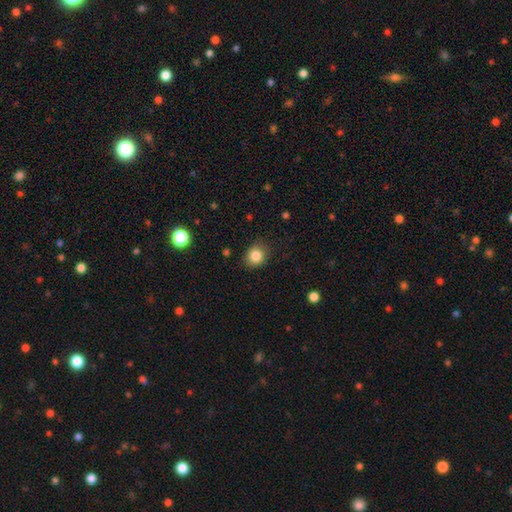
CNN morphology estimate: Overall: smooth (84%). How rounded: round (69%; in between 30%). Merging: none (82%).